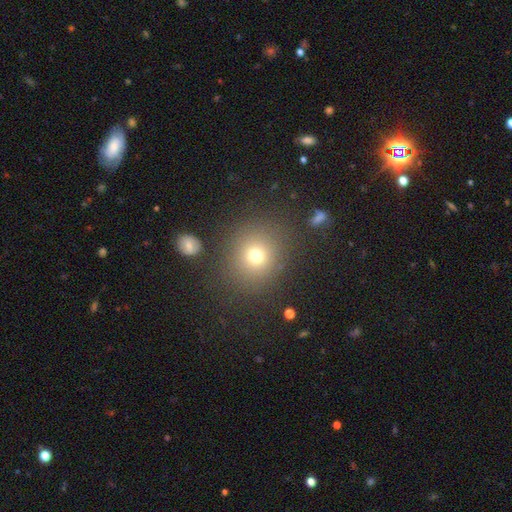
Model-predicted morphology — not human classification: A smooth galaxy with no disk features (73%) that is round (83%).

Vote fractions:
- Smooth or featured? smooth: 73% / star or artifact: 17% / featured or disk: 10%
- How rounded? round: 83% / in between: 16% / cigar-shaped: 1%
- Merging? none: 83% / minor disturbance: 9% / major disturbance: 5% / merger: 3%